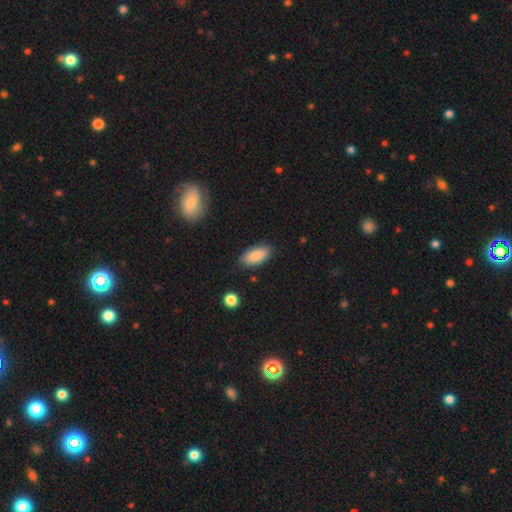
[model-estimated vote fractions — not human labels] The model was most divided on "merging": none: 84%, minor disturbance: 12%, major disturbance: 2%, merger: 2%. More confident: how rounded — in between (88%); smooth or featured — smooth (86%).